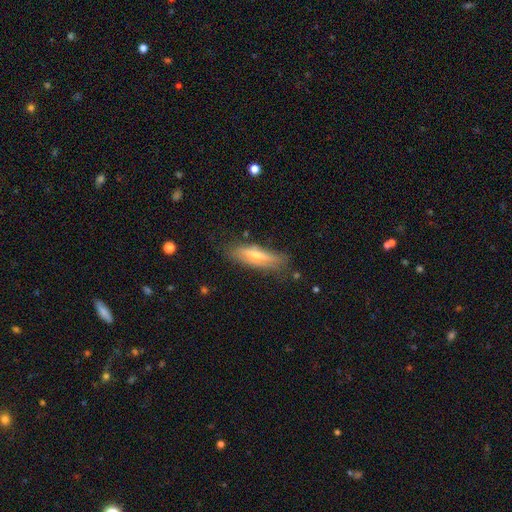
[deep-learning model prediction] Smooth or featured? Predicted: smooth (p=0.47). Merging? Predicted: none (p=0.77).